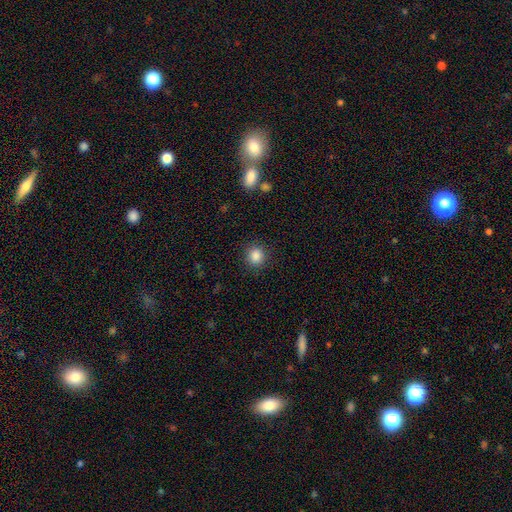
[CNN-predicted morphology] A smooth galaxy with no disk features (86%) that is round (88%). Merging: none (89%).